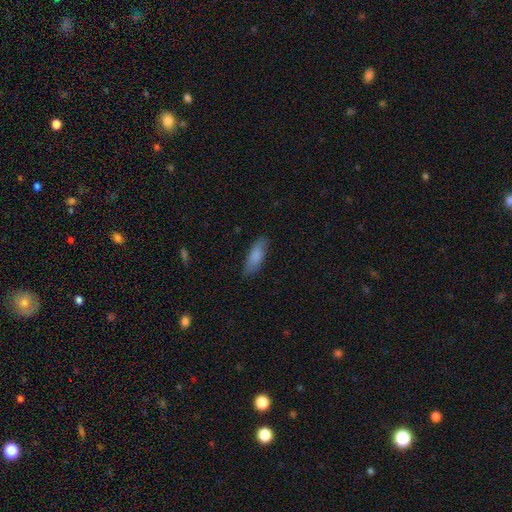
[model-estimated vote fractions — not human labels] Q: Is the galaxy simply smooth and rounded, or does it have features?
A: smooth — 84%.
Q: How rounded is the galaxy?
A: in between — 61%.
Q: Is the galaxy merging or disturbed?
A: none — 83%.